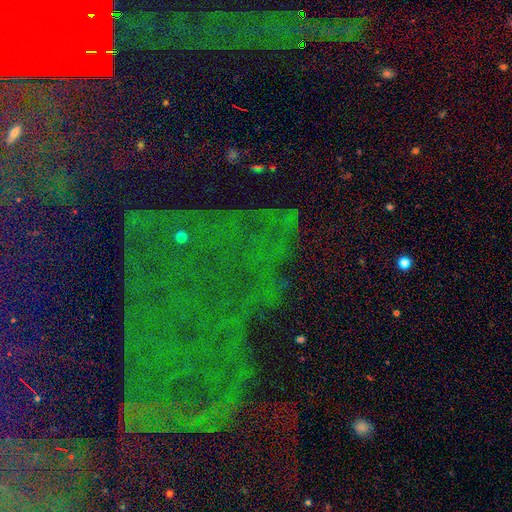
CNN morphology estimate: Overall: star or artifact (77%).